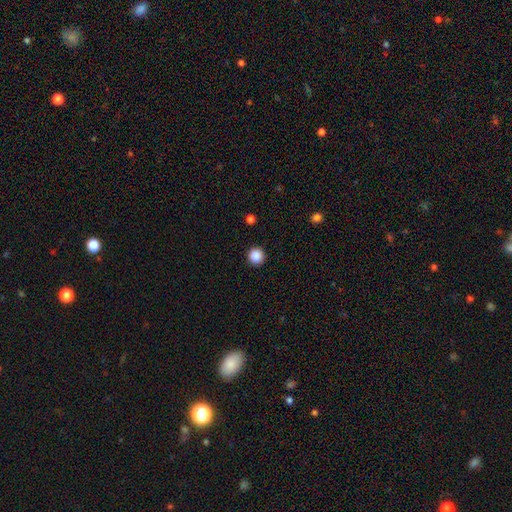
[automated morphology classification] Smooth or featured: smooth — 88% (star or artifact — 10%)
How rounded: round — 95% (in between — 4%)
Merging: none — 93% (minor disturbance — 4%)